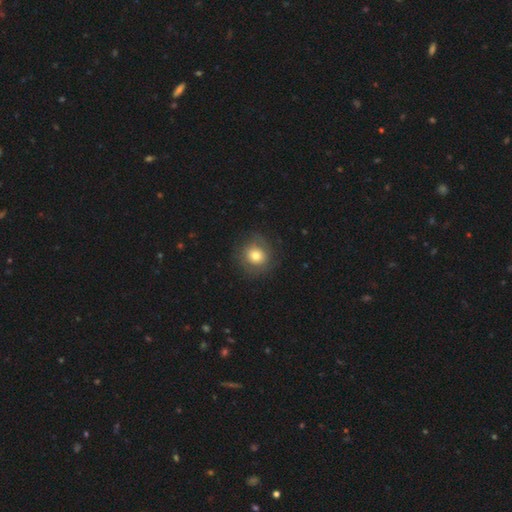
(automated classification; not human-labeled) smooth-or-featured: smooth: 68% | featured or disk: 21% | star or artifact: 10%
  how-rounded: round: 89% | in between: 10% | cigar-shaped: 1%
  merging: none: 81% | minor disturbance: 12% | major disturbance: 6% | merger: 1%